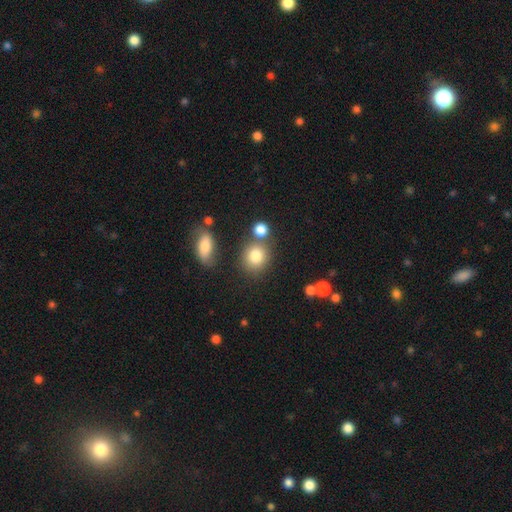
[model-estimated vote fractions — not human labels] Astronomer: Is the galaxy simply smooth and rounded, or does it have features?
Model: smooth — 81%.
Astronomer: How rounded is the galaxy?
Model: round — 77%.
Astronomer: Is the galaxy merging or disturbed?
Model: none — 65%.